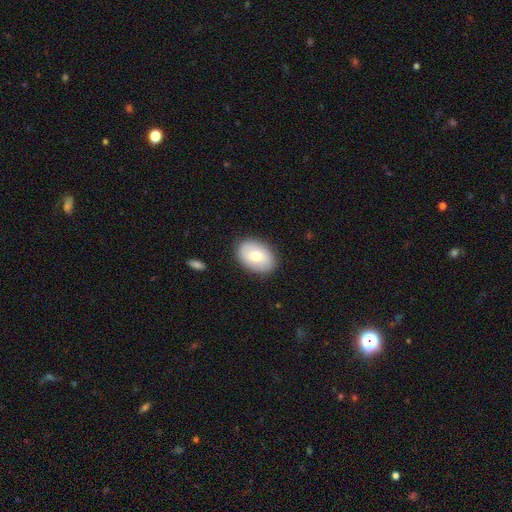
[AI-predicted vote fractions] smooth_or_featured: smooth (p=0.69) [alt: featured or disk p=0.24]
how_rounded: in between (p=0.79) [alt: round p=0.20]
merging: none (p=0.86) [alt: minor disturbance p=0.10]